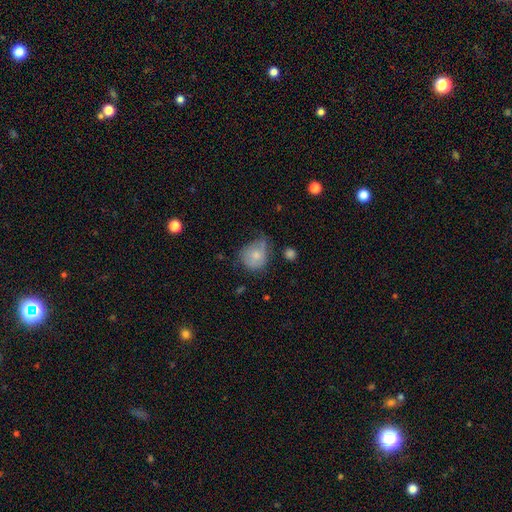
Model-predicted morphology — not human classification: The model was most divided on "merging": minor disturbance: 40%, none: 34%, major disturbance: 21%, merger: 4%. More confident: smooth or featured — smooth (70%); how rounded — round (65%).